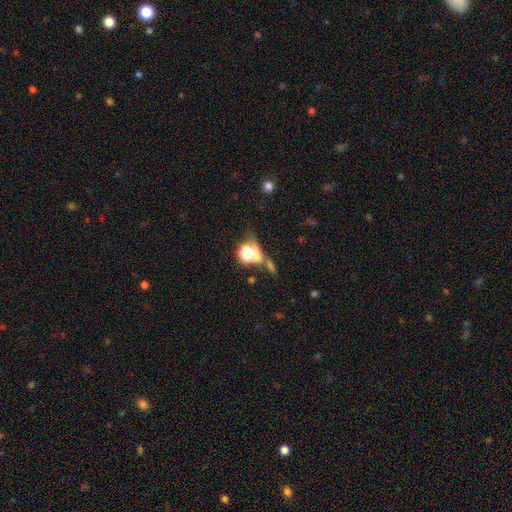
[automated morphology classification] The model was most divided on "smooth or featured": smooth: 49%, star or artifact: 36%, featured or disk: 15%. More confident: merging — none (54%).